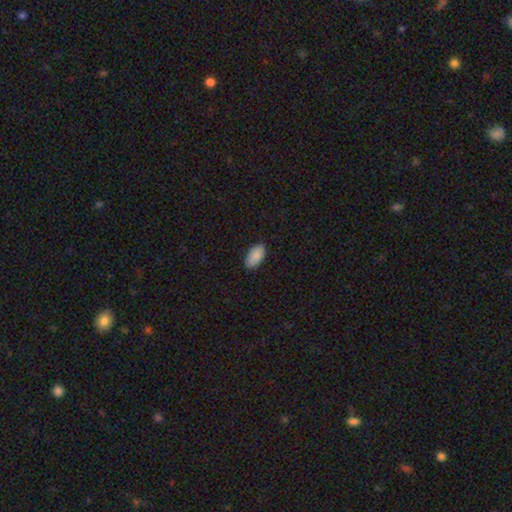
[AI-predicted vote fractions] Smooth or featured? Predicted: smooth (p=0.90). How rounded? Predicted: in between (p=0.95). Merging? Predicted: none (p=0.88).